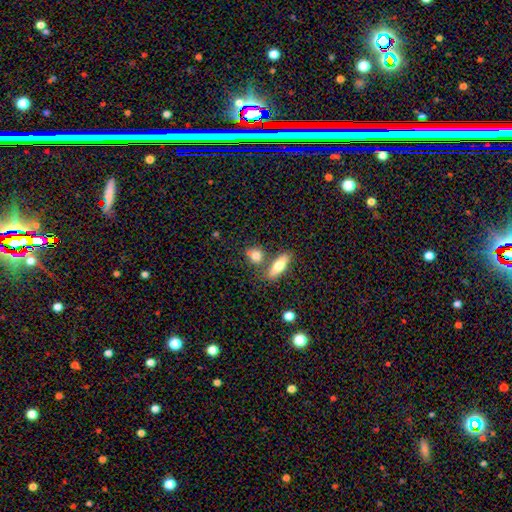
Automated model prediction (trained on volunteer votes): Overall: smooth (77%). How rounded: round (49%; in between 41%). Merging: none (63%).